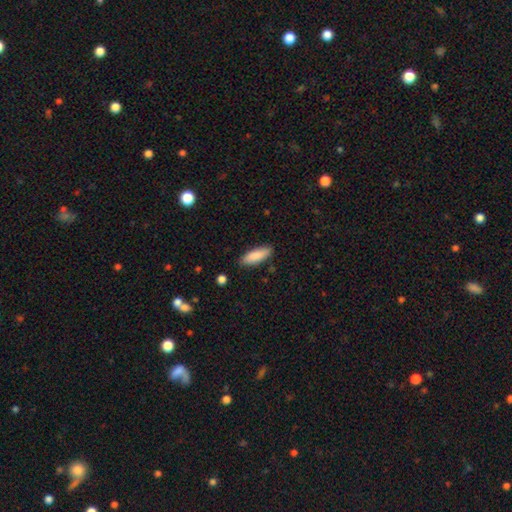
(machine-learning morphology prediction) smooth 86%, featured or disk 8%, star or artifact 6%. Down the decision tree: how rounded — in between (65%); merging — none (85%).